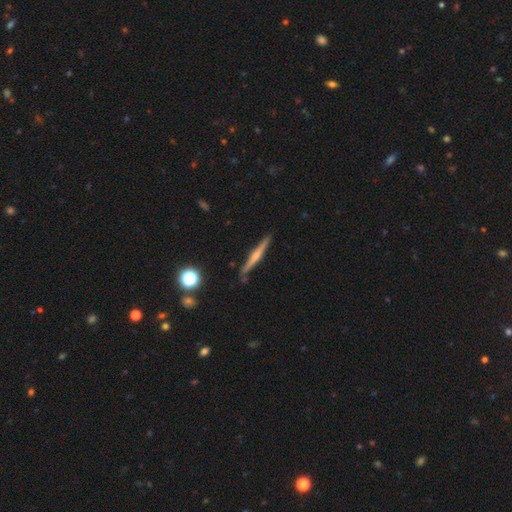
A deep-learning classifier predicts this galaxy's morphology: smooth_or_featured: featured or disk (p=0.61) [alt: smooth p=0.32]
disk_edge_on: yes (p=0.98) [alt: no p=0.02]
edge_on_bulge: rounded (p=0.62) [alt: none p=0.25]
merging: none (p=0.86) [alt: minor disturbance p=0.10]